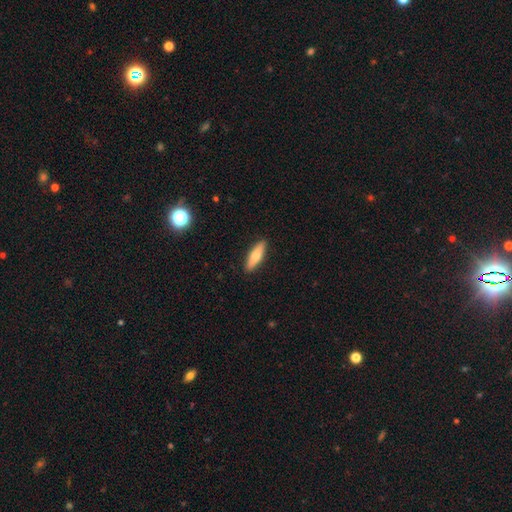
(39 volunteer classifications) Smooth or featured: smooth — 59% (featured or disk — 28%)
How rounded: cigar-shaped — 83% (in between — 17%)
Merging: none — 91% (minor disturbance — 9%)